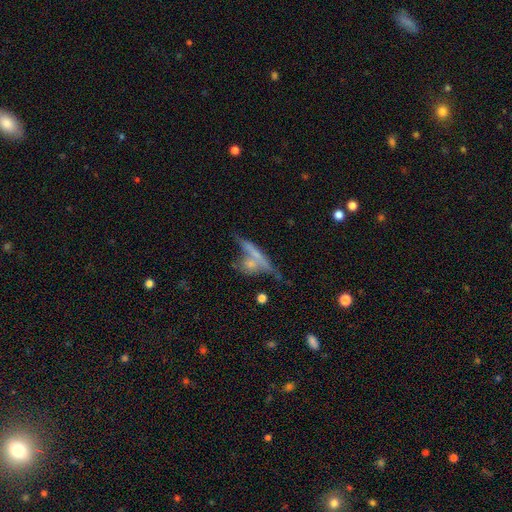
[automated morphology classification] Smooth or featured?
  - featured or disk: 47% *
  - smooth: 43%
  - star or artifact: 10%
Merging?
  - none: 44% *
  - merger: 36%
  - minor disturbance: 13%
  - major disturbance: 7%